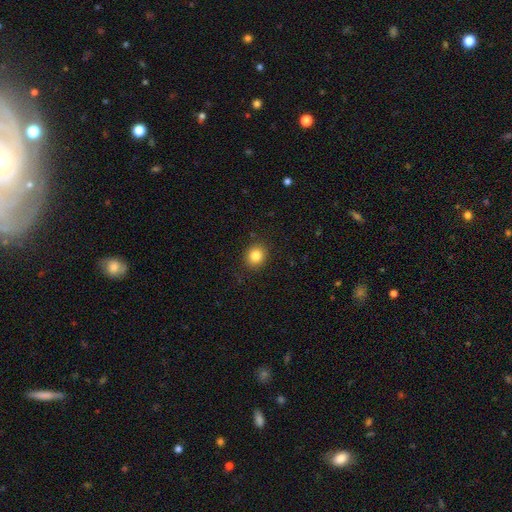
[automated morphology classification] smooth 83%, star or artifact 11%, featured or disk 6%. Down the decision tree: how rounded — round (75%); merging — none (89%).